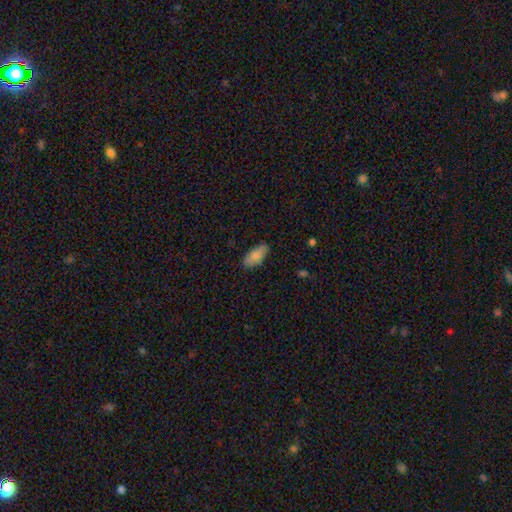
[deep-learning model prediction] Morphology: type=smooth (82%); roundness=in between (86%); merging=none (83%).